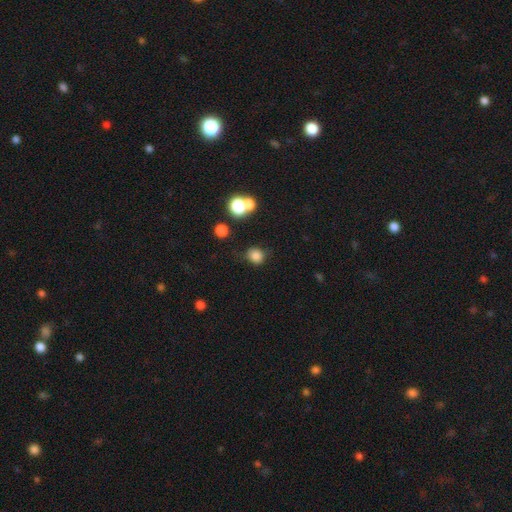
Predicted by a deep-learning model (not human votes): smooth_or_featured: smooth (p=0.81) [alt: star or artifact p=0.13]
how_rounded: round (p=0.80) [alt: in between p=0.19]
merging: none (p=0.72) [alt: minor disturbance p=0.17]